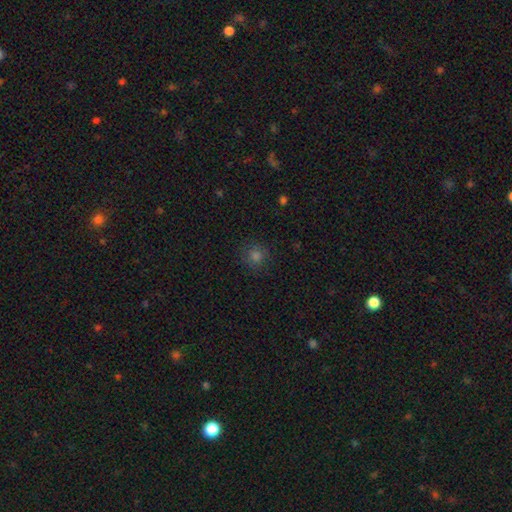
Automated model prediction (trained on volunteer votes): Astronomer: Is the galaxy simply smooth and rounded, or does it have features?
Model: smooth — 74%.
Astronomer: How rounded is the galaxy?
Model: round — 92%.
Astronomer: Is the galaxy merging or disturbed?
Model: none — 89%.